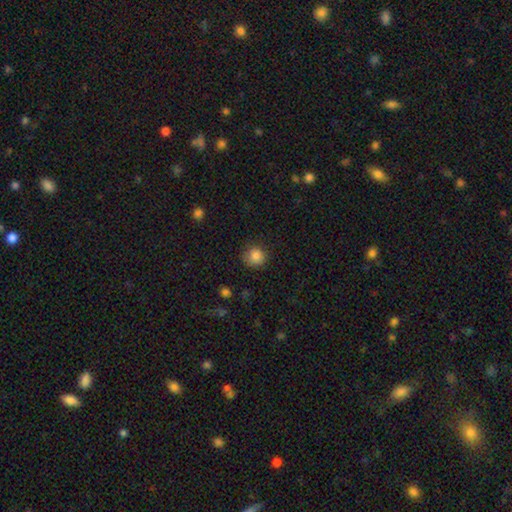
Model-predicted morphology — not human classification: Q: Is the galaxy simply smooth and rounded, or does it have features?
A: smooth — 86%.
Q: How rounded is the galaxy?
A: round — 91%.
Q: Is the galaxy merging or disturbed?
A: none — 83%.